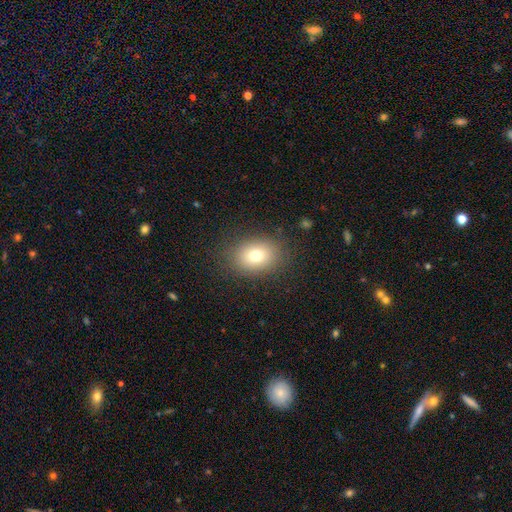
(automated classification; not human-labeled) This is likely a smooth galaxy (75%). How rounded: possibly in between (59%). Merging: clearly none (85%).